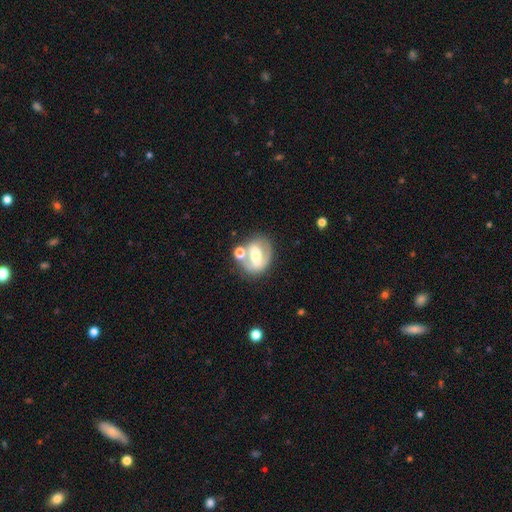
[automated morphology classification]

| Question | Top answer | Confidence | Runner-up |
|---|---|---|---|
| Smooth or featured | featured or disk | 57% | smooth (35%) |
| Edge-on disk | no | 93% | yes (7%) |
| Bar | strong | 52% | weak (27%) |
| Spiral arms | no | 63% | yes (37%) |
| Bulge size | moderate | 51% | small (23%) |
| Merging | none | 49% | merger (24%) |